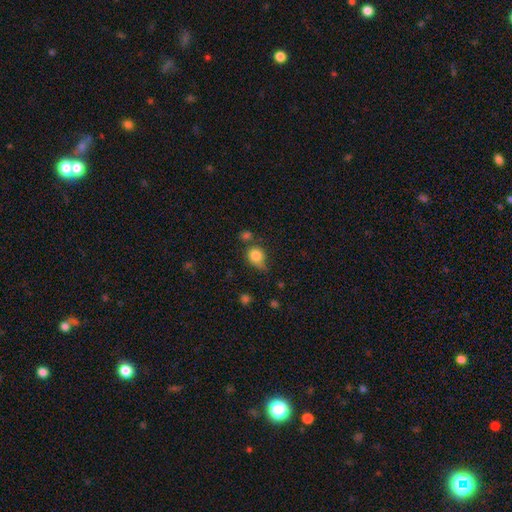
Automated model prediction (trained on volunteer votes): Smooth or featured: smooth — 82% (star or artifact — 10%)
How rounded: round — 73% (in between — 25%)
Merging: none — 47% (minor disturbance — 30%)